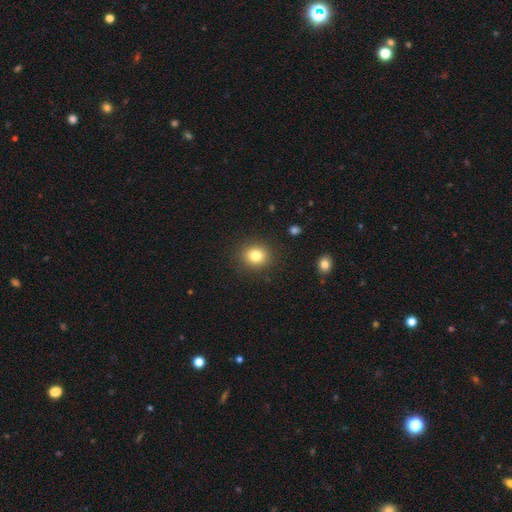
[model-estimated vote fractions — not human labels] Smooth or featured? smooth (81%)
How rounded? round (79%)
Merging? none (90%)